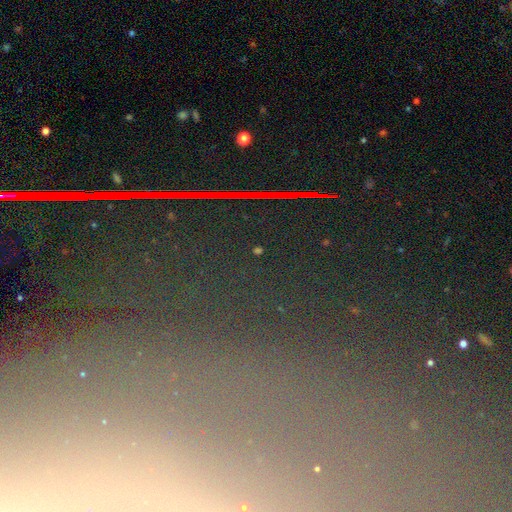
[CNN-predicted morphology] Overall: star or artifact (81%).